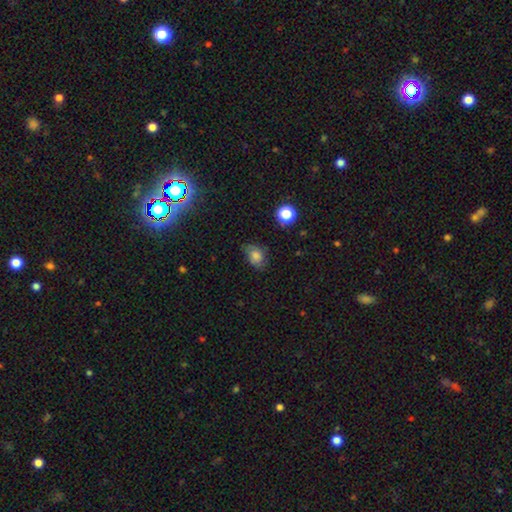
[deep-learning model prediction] This appears to be a smooth galaxy with no disk features (72%) that is in between round and cigar-shaped (69%). Merging: none (60%).